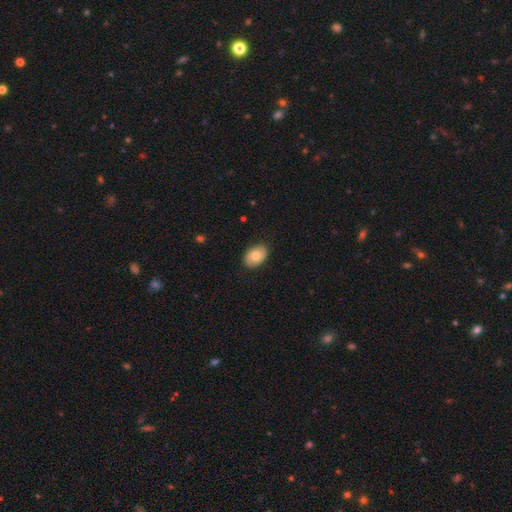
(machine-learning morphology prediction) type=smooth (69%); roundness=in between (84%); merging=none (85%).